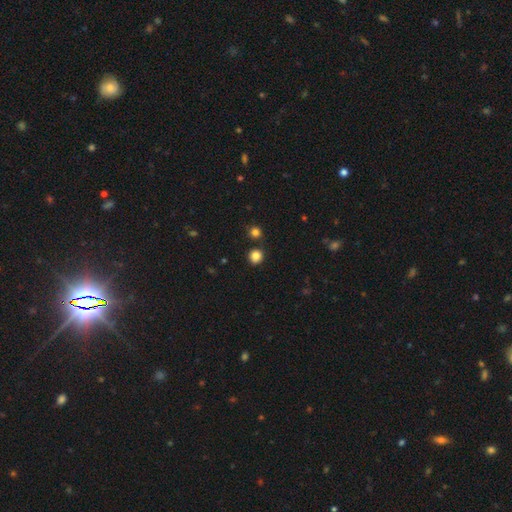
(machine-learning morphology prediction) The model was most divided on "smooth or featured": smooth: 84%, star or artifact: 12%, featured or disk: 4%. More confident: how rounded — round (88%); merging — none (84%).